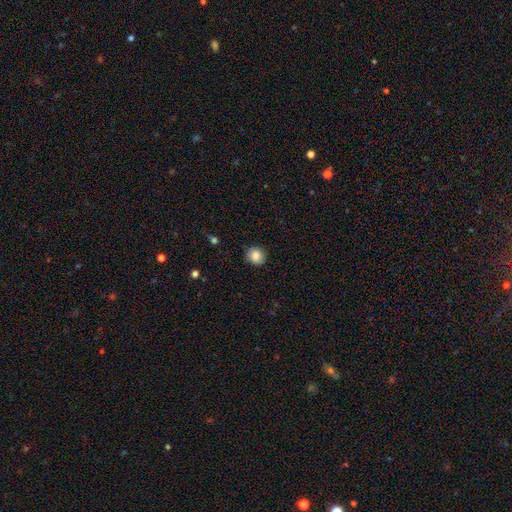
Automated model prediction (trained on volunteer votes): smooth-or-featured: smooth: 86% | star or artifact: 9% | featured or disk: 5%
  how-rounded: round: 85% | in between: 14% | cigar-shaped: 1%
  merging: none: 87% | minor disturbance: 10% | major disturbance: 2% | merger: 1%